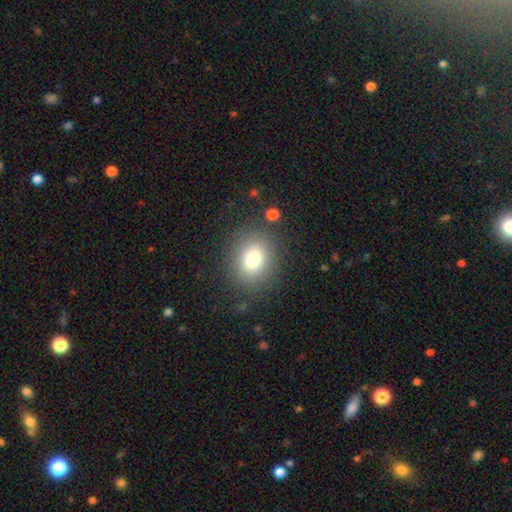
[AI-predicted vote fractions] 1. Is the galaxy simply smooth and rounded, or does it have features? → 80% smooth, 11% star or artifact, 9% featured or disk.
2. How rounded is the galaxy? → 53% round, 46% in between, 1% cigar-shaped.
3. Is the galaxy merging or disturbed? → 82% none, 10% minor disturbance, 5% major disturbance, 2% merger.